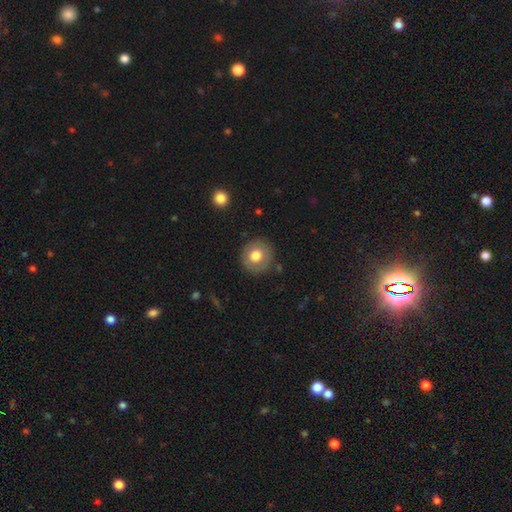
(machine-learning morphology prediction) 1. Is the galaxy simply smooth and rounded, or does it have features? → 72% smooth, 20% featured or disk, 8% star or artifact.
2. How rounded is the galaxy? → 91% round, 9% in between, 1% cigar-shaped.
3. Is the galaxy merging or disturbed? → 86% none, 10% minor disturbance, 3% major disturbance, 2% merger.